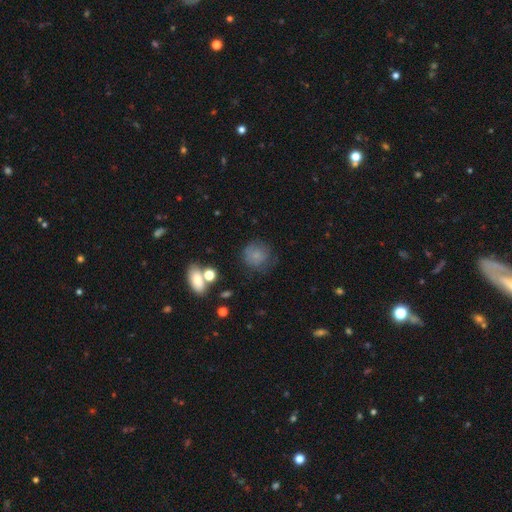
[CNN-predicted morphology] Smooth or featured?
  - smooth: 74% *
  - featured or disk: 13%
  - star or artifact: 12%
How rounded?
  - round: 85% *
  - in between: 14%
  - cigar-shaped: 1%
Merging?
  - none: 61% *
  - minor disturbance: 21%
  - major disturbance: 11%
  - merger: 6%